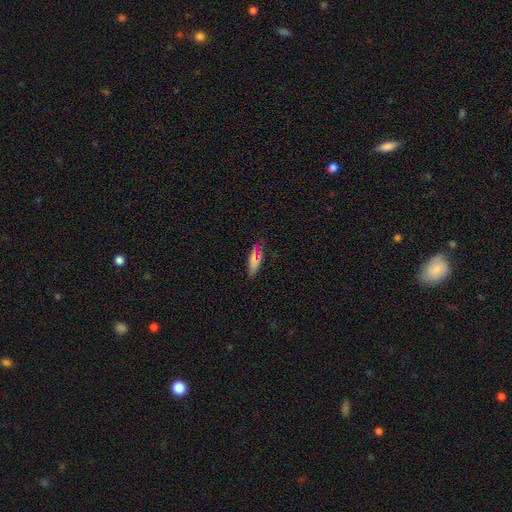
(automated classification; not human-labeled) Overall: smooth (70%). How rounded: in between (53%; cigar-shaped 44%). Merging: none (76%).